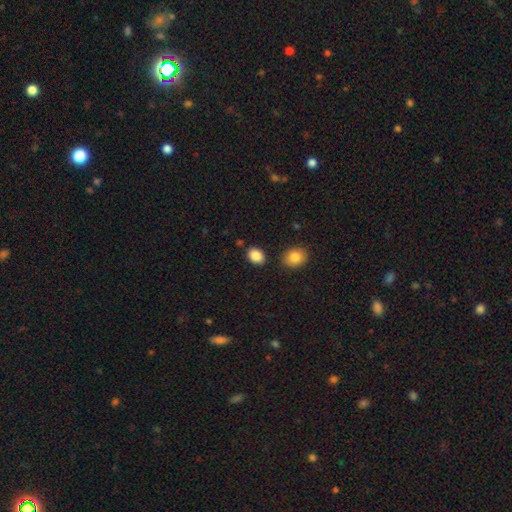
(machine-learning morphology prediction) A smooth galaxy with no disk features (87%) that is in between round and cigar-shaped (68%). Merging: none (82%).